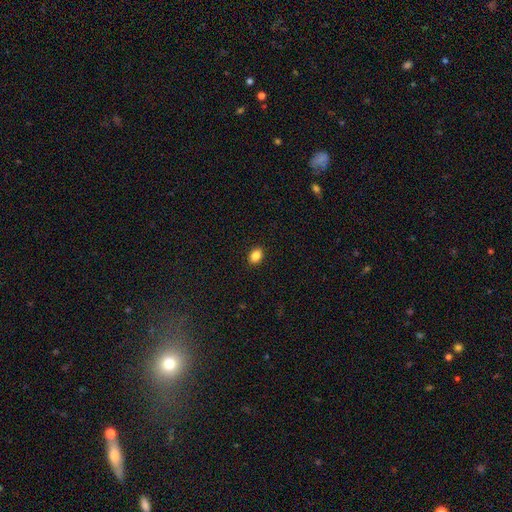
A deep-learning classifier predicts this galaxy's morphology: A smooth galaxy with no disk features (87%) that is in between round and cigar-shaped (76%). Merging: none (90%).